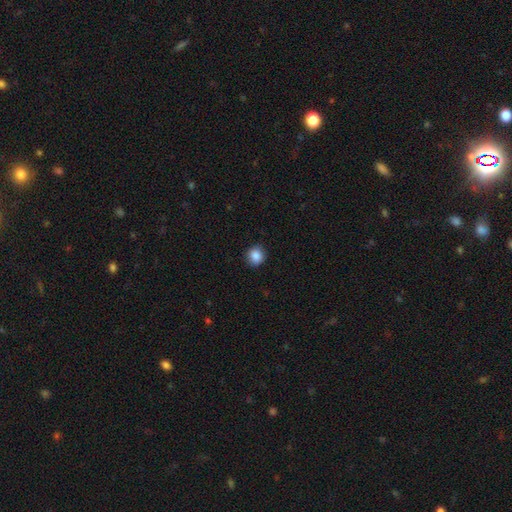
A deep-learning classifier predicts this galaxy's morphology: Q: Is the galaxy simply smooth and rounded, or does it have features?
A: smooth — 87%.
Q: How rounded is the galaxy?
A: round — 87%.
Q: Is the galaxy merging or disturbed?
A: none — 90%.